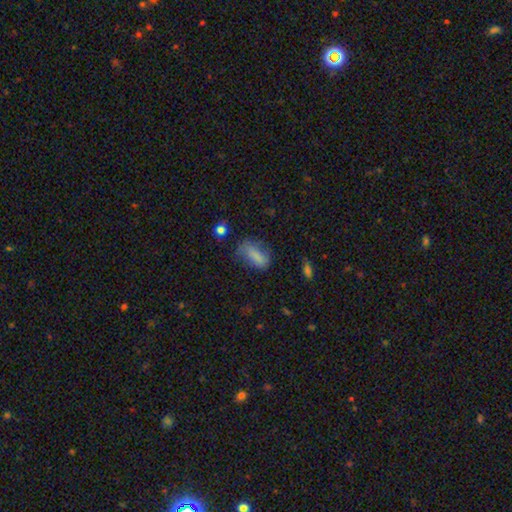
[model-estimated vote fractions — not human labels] Overall: smooth (75%). How rounded: in between (79%). Merging: none (47%; minor disturbance 31%).